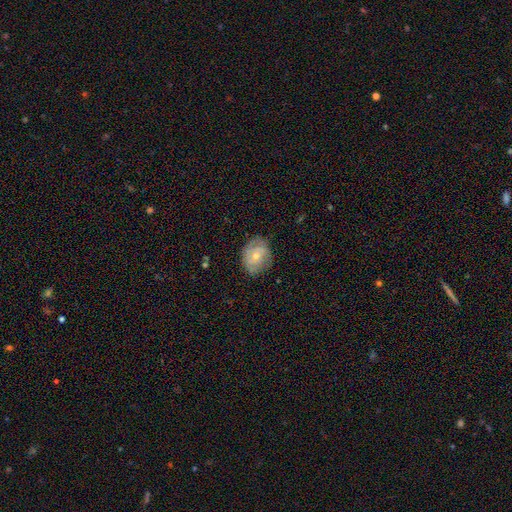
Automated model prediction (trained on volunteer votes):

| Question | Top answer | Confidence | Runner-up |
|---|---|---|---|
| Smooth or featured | featured or disk | 55% | smooth (37%) |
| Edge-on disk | no | 96% | yes (4%) |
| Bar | no | 75% | weak (21%) |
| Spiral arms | yes | 71% | no (29%) |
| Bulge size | small | 49% | moderate (48%) |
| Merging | none | 70% | minor disturbance (22%) |